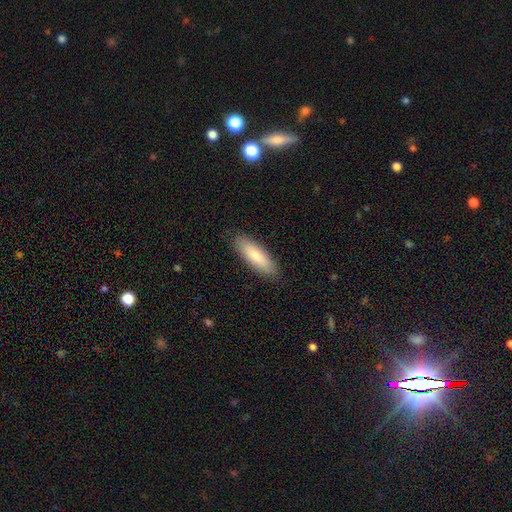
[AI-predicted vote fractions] smooth 82%, featured or disk 13%, star or artifact 5%. Down the decision tree: how rounded — in between (51%); merging — none (88%).